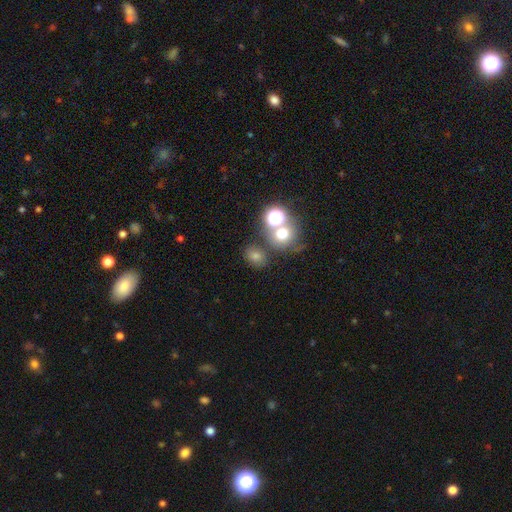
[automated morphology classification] Smooth or featured? Predicted: smooth (p=0.61). How rounded? Predicted: round (p=0.59). Merging? Predicted: none (p=0.66).